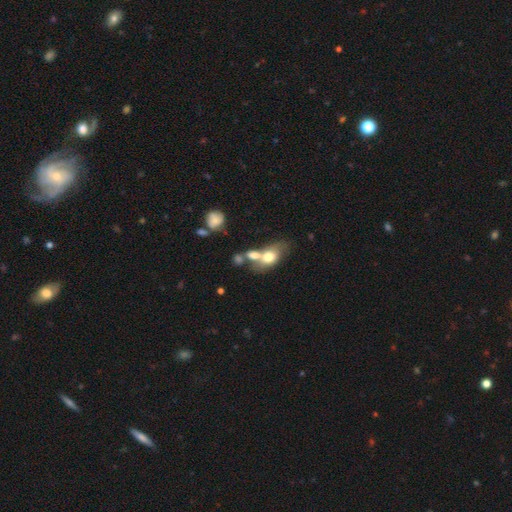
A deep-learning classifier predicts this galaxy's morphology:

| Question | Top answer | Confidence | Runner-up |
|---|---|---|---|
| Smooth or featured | smooth | 62% | featured or disk (28%) |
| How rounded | in between | 70% | round (23%) |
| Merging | merger | 57% | none (24%) |